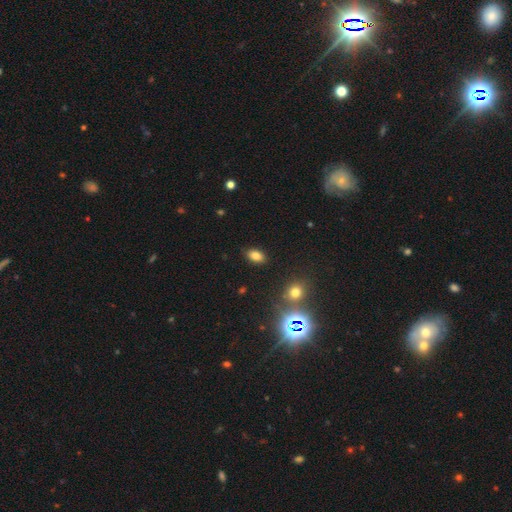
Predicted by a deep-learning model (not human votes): smooth-or-featured: smooth: 80% | star or artifact: 14% | featured or disk: 6%
  how-rounded: in between: 88% | round: 10% | cigar-shaped: 2%
  merging: none: 87% | minor disturbance: 9% | major disturbance: 2% | merger: 2%